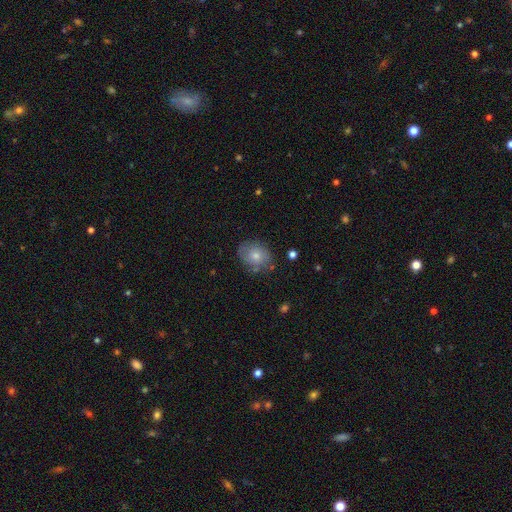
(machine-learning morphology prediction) Q: Smooth or featured?
A: smooth (55%); runner-up: featured or disk (33%)
Q: How rounded?
A: round (61%); runner-up: in between (38%)
Q: Merging?
A: none (75%); runner-up: minor disturbance (18%)